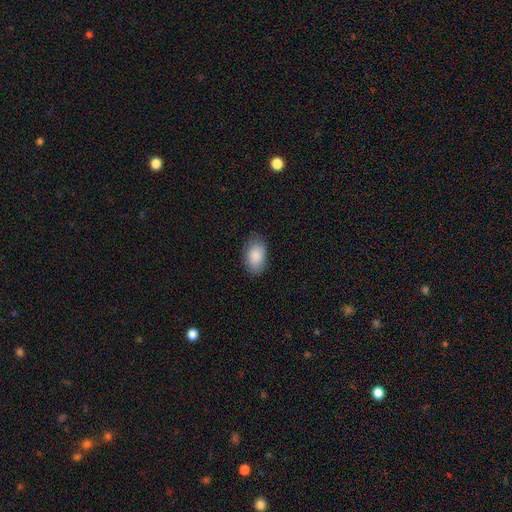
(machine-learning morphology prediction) This appears to be a smooth galaxy with no disk features (87%) that is in between round and cigar-shaped (91%). Merging: none (80%).